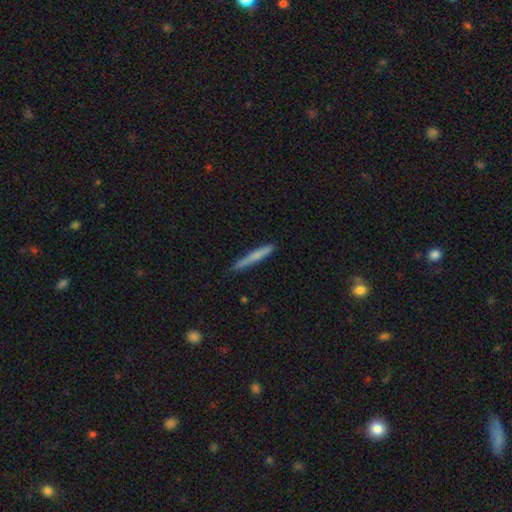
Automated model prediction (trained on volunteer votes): A smooth galaxy with no disk features (66%) that is cigar-shaped (96%).

Vote fractions:
- Smooth or featured? smooth: 66% / featured or disk: 28% / star or artifact: 6%
- How rounded? cigar-shaped: 96% / in between: 3% / round: 1%
- Merging? none: 85% / minor disturbance: 12% / major disturbance: 2% / merger: 1%